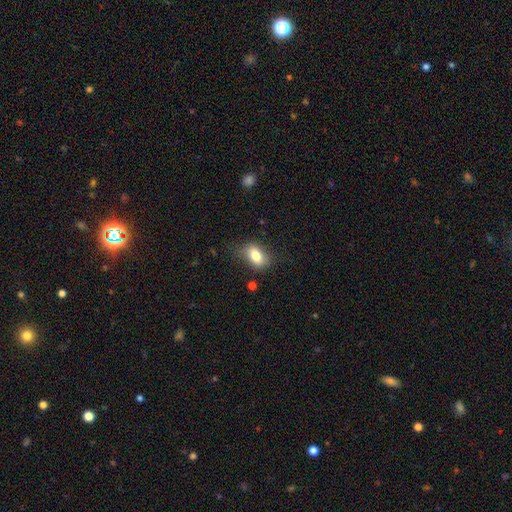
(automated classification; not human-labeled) A smooth galaxy with no disk features (80%) that is in between round and cigar-shaped (86%). Merging: none (70%).